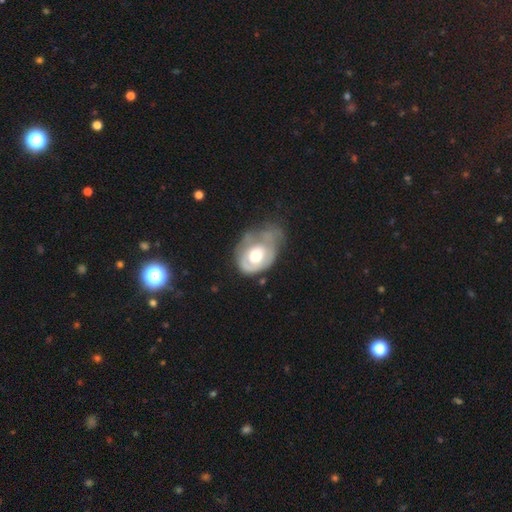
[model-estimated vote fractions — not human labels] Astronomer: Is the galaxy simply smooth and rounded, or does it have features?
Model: featured or disk — 52% (runner-up: smooth, 42%).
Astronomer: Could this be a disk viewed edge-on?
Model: no — 96%.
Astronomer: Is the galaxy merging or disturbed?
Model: major disturbance — 42% (runner-up: minor disturbance, 32%).